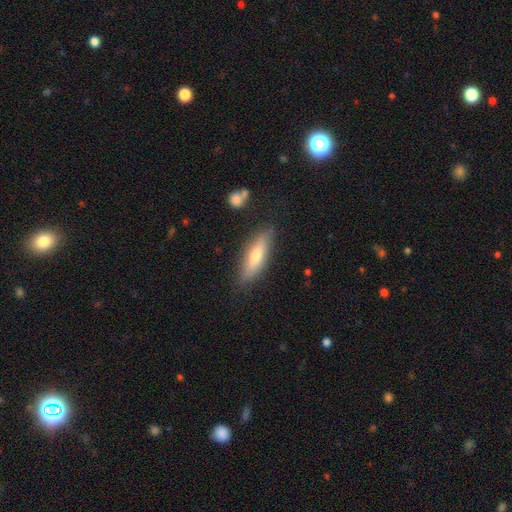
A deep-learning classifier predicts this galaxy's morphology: smooth 60%, featured or disk 33%, star or artifact 6%. Down the decision tree: how rounded — cigar-shaped (59%); merging — none (82%).